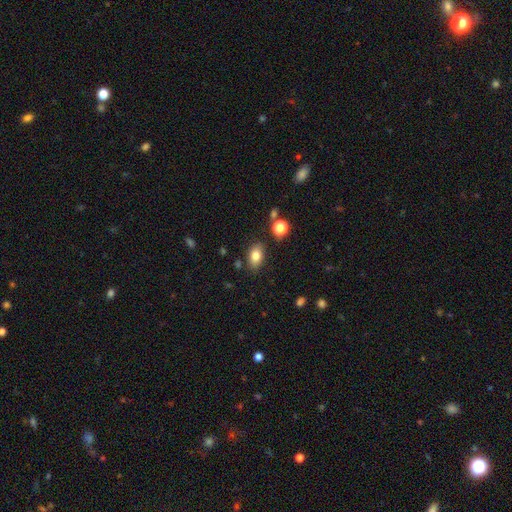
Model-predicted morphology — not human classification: Smooth or featured?
  - smooth: 80% *
  - featured or disk: 10%
  - star or artifact: 10%
How rounded?
  - in between: 85% *
  - round: 13%
  - cigar-shaped: 2%
Merging?
  - none: 83% *
  - minor disturbance: 11%
  - merger: 3%
  - major disturbance: 3%